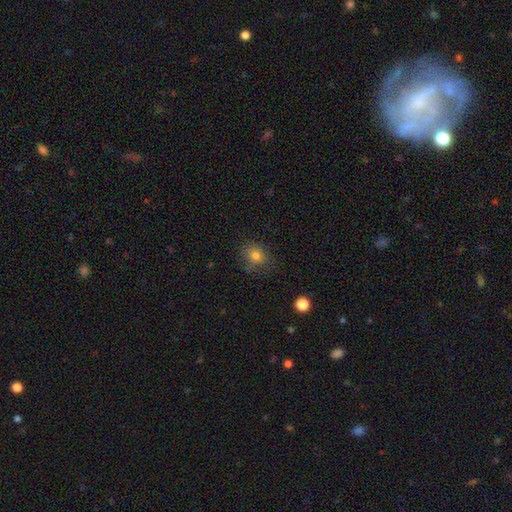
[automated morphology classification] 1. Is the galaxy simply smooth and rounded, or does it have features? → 79% smooth, 12% star or artifact, 9% featured or disk.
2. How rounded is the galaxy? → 65% round, 34% in between, 1% cigar-shaped.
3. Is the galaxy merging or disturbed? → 73% none, 19% minor disturbance, 6% major disturbance, 2% merger.